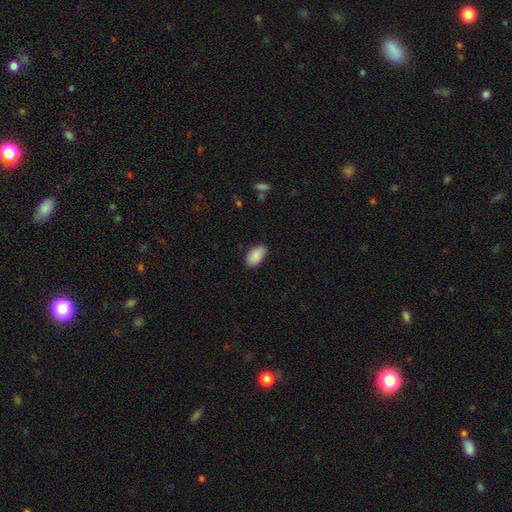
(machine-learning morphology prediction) smooth 90%, star or artifact 6%, featured or disk 4%. Down the decision tree: how rounded — in between (95%); merging — none (82%).